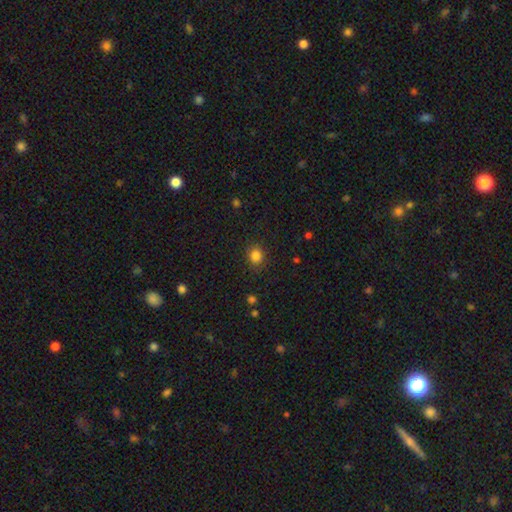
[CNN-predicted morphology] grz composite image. It shows a smooth galaxy with no disk features (84%) that is round (75%). Merging: none (87%).